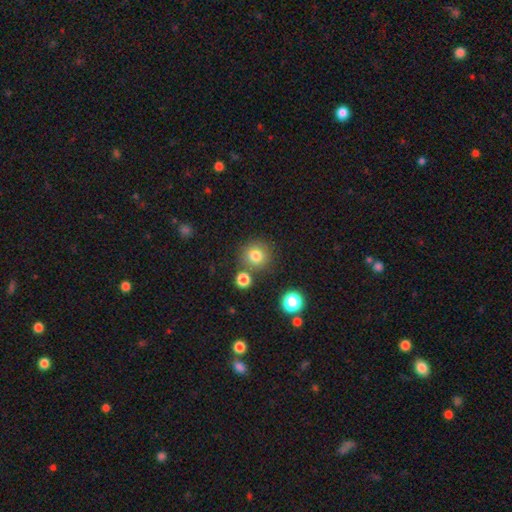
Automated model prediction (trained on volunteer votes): Smooth or featured: smooth — 79% (star or artifact — 13%)
How rounded: round — 92% (in between — 7%)
Merging: none — 77% (merger — 10%)